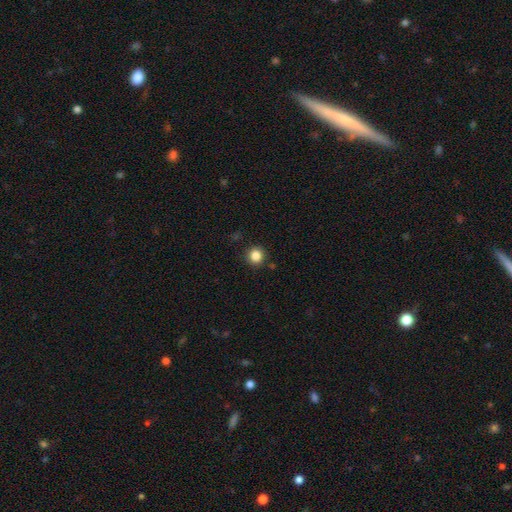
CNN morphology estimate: A smooth galaxy with no disk features (85%) that is round (92%). Merging: none (90%).